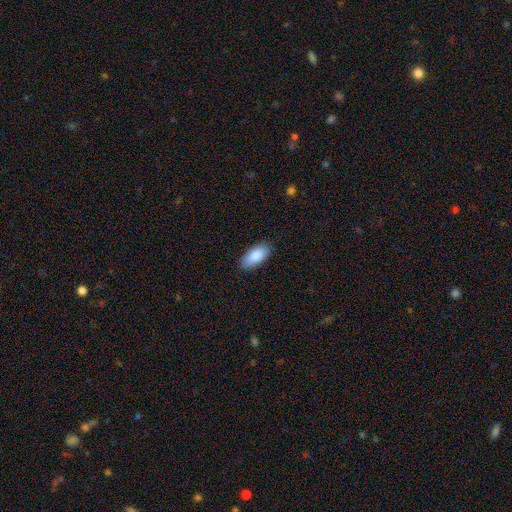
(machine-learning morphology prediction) Smooth or featured? Predicted: smooth (p=0.89). How rounded? Predicted: in between (p=0.91). Merging? Predicted: none (p=0.86).